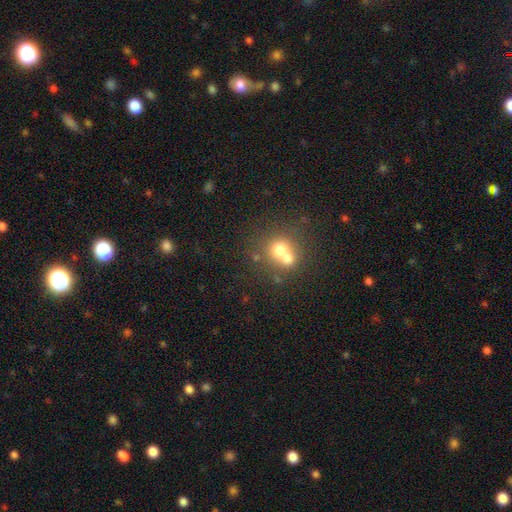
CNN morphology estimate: The model was most divided on "merging": none: 49%, merger: 38%, minor disturbance: 8%, major disturbance: 4%. More confident: how rounded — round (77%); smooth or featured — smooth (56%).